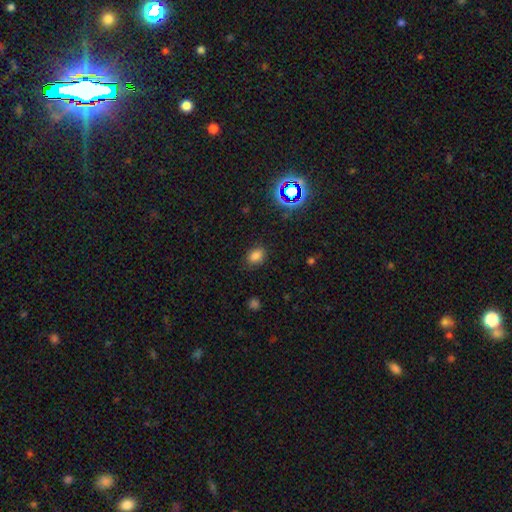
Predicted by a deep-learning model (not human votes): Smooth or featured?
  - smooth: 78% *
  - star or artifact: 17%
  - featured or disk: 5%
How rounded?
  - in between: 68% *
  - round: 31%
  - cigar-shaped: 1%
Merging?
  - none: 81% *
  - minor disturbance: 14%
  - major disturbance: 4%
  - merger: 1%